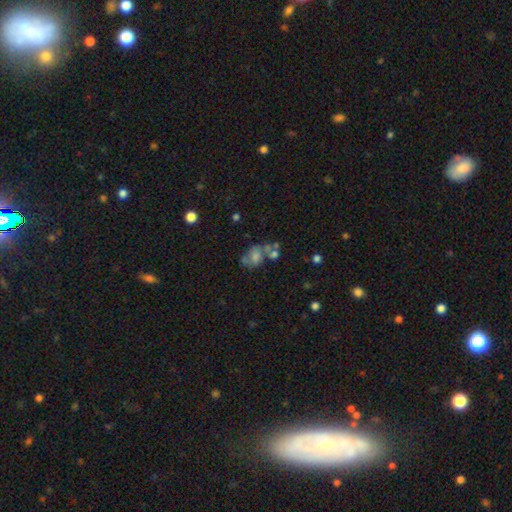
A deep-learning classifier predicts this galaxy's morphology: Smooth or featured? Predicted: smooth (p=0.53). How rounded? Predicted: in between (p=0.65). Merging? Predicted: merger (p=0.35).